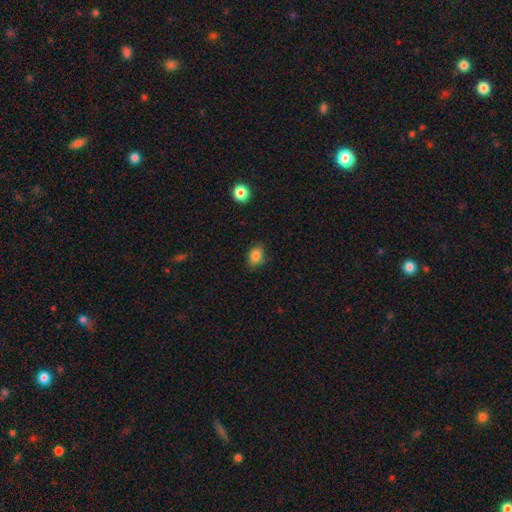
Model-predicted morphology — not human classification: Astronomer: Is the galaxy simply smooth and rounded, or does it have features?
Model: smooth — 85%.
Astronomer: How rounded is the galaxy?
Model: in between — 72%.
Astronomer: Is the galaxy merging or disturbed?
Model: none — 73%.